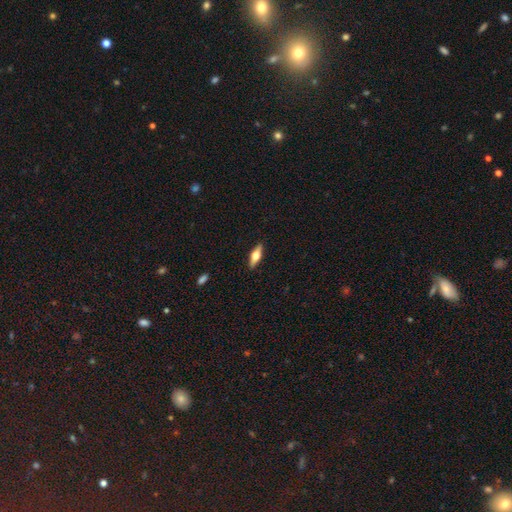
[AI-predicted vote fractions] featured or disk 51%, smooth 43%, star or artifact 6%. Down the decision tree: edge-on disk — yes (93%); merging — none (90%).